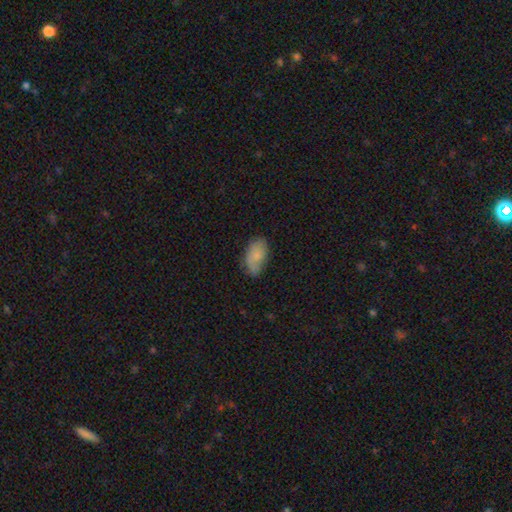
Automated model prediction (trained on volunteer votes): Overall: smooth (76%). How rounded: in between (94%). Merging: none (65%; minor disturbance 26%).